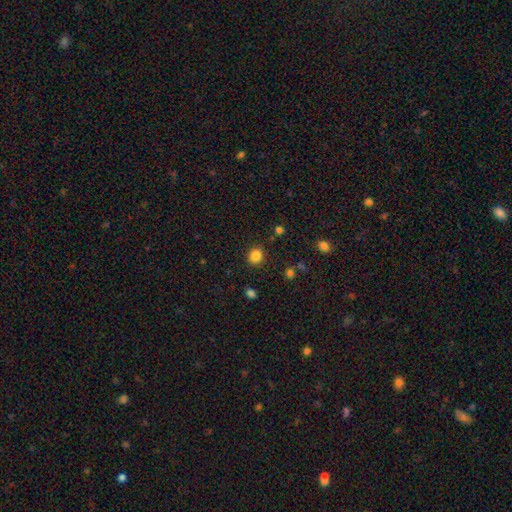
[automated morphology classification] type=smooth (85%); roundness=round (80%); merging=none (89%).